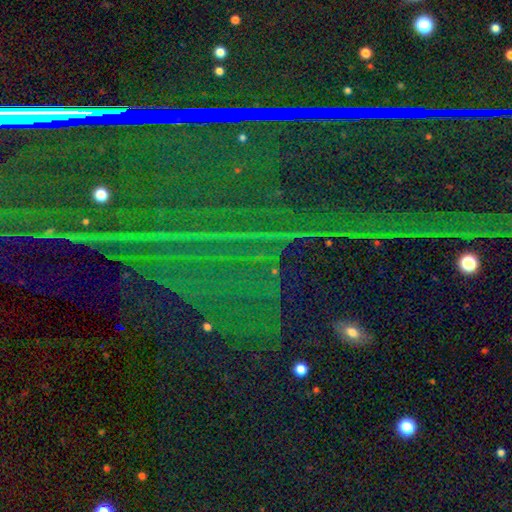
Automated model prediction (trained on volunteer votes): Smooth or featured? star or artifact (86%)